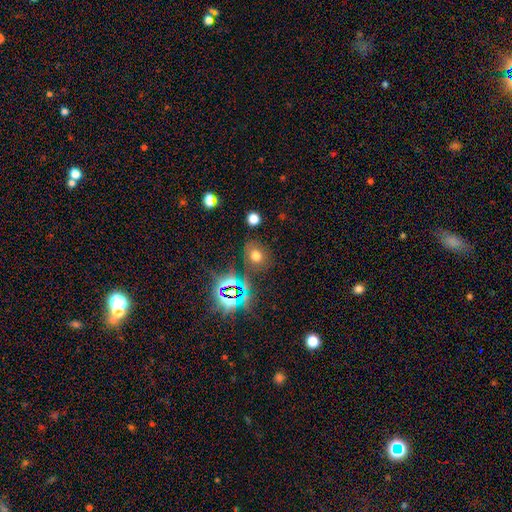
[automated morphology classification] smooth_or_featured: smooth (p=0.62) [alt: star or artifact p=0.28]
how_rounded: round (p=0.57) [alt: in between p=0.42]
merging: none (p=0.77) [alt: minor disturbance p=0.13]